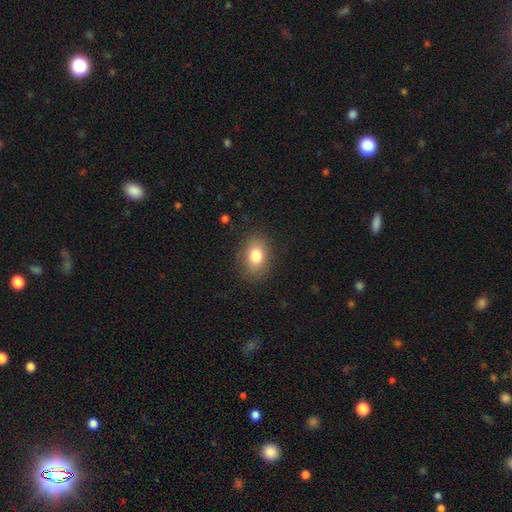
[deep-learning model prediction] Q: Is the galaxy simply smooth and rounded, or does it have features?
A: smooth — 80%.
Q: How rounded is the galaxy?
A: in between — 76%.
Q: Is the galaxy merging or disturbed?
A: none — 85%.